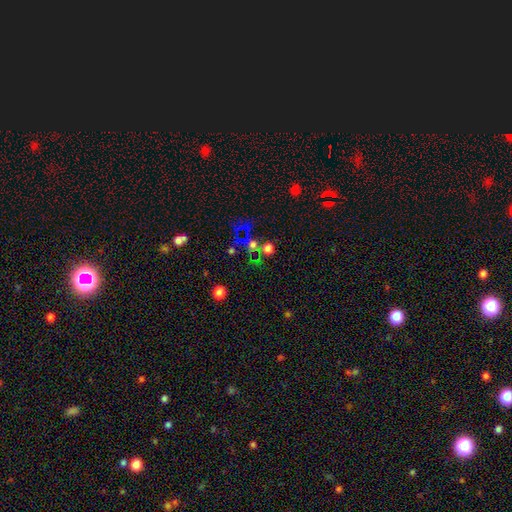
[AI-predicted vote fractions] This is possibly a smooth galaxy (51%). How rounded: clearly round (90%). Merging: likely none (63%).